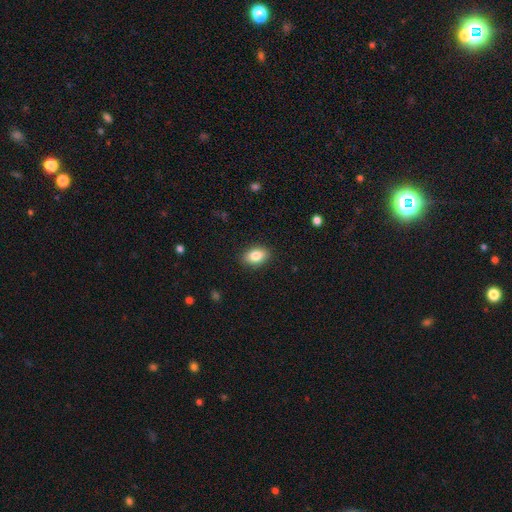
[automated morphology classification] Smooth or featured? smooth (85%)
How rounded? in between (86%)
Merging? none (88%)